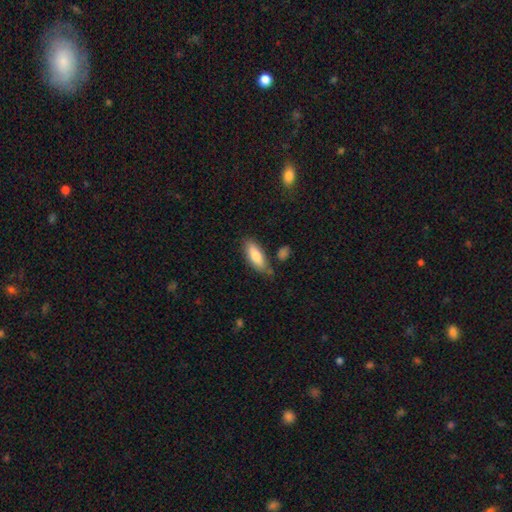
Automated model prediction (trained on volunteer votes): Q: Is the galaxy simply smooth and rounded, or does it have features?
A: smooth — 77%.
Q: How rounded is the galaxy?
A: in between — 71%.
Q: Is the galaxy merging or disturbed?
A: none — 70%.